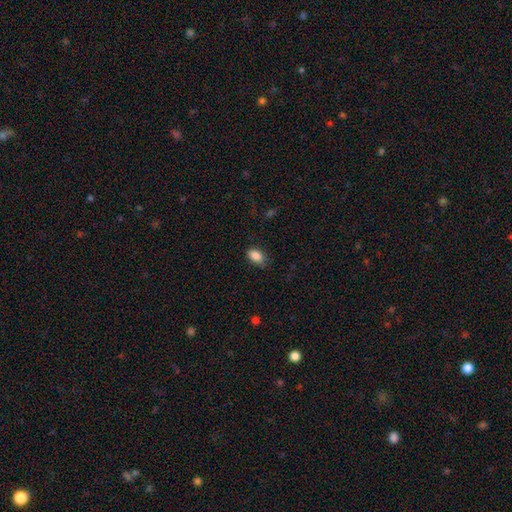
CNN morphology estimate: Overall: smooth (87%). How rounded: in between (88%). Merging: none (77%).